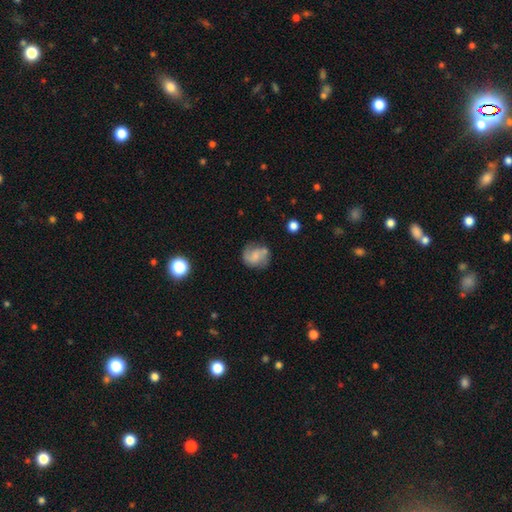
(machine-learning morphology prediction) Smooth or featured? Predicted: featured or disk (p=0.53). Edge-on disk? Predicted: no (p=0.97). Bar? Predicted: no (p=0.52). Spiral arms? Predicted: yes (p=0.85). Bulge size? Predicted: small (p=0.40). Merging? Predicted: none (p=0.62).